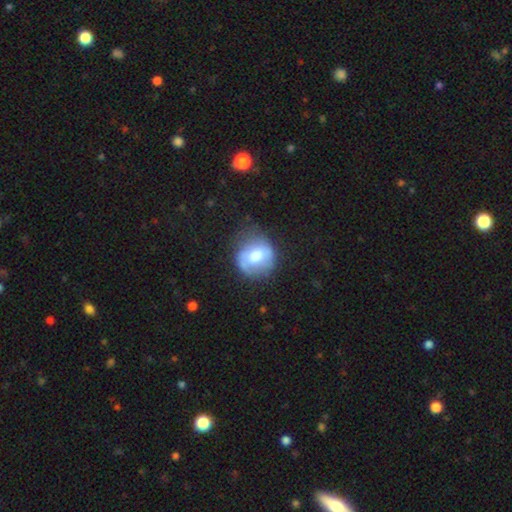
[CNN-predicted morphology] Smooth or featured?
  - smooth: 51% *
  - featured or disk: 41%
  - star or artifact: 8%
How rounded?
  - round: 78% *
  - in between: 21%
  - cigar-shaped: 1%
Merging?
  - none: 57% *
  - minor disturbance: 27%
  - major disturbance: 13%
  - merger: 2%